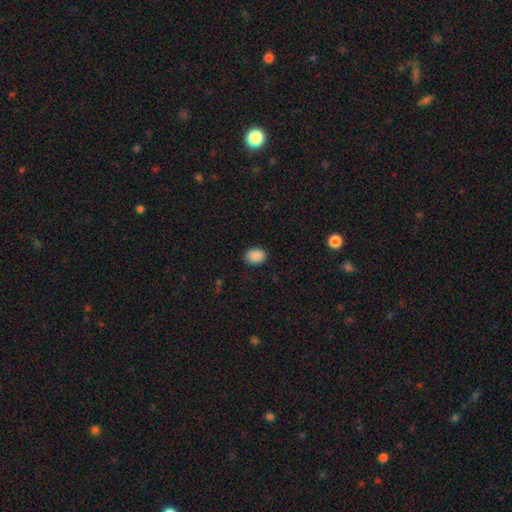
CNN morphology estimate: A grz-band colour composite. It shows a smooth galaxy with no disk features (89%) that is in between round and cigar-shaped (72%). Merging: none (88%).